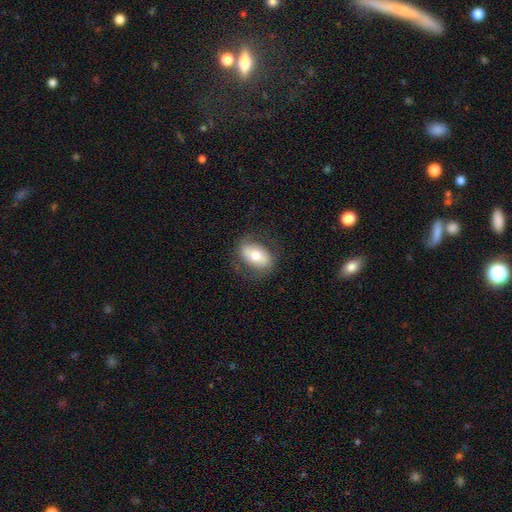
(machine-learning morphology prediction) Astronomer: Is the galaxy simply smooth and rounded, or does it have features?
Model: smooth — 58% (runner-up: featured or disk, 34%).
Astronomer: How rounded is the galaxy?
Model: in between — 86%.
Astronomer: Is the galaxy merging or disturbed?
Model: none — 75%.